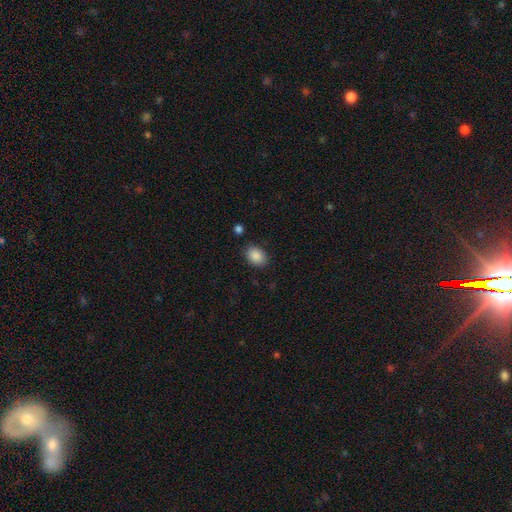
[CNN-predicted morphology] Smooth or featured: smooth — 88% (star or artifact — 8%)
How rounded: in between — 71% (round — 29%)
Merging: none — 84% (minor disturbance — 11%)